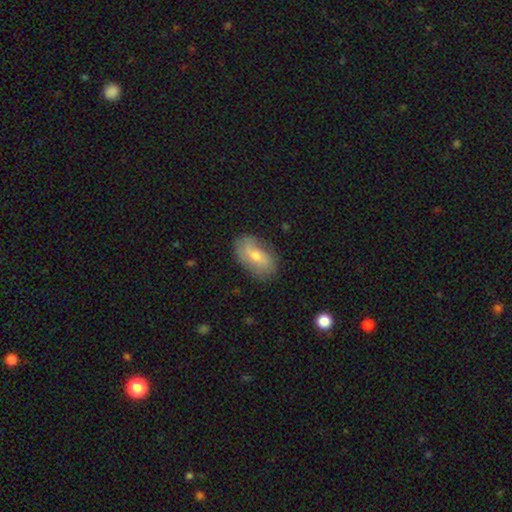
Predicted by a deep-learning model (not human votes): Q: Smooth or featured?
A: smooth (61%); runner-up: featured or disk (32%)
Q: How rounded?
A: in between (90%); runner-up: round (7%)
Q: Merging?
A: none (77%); runner-up: minor disturbance (17%)